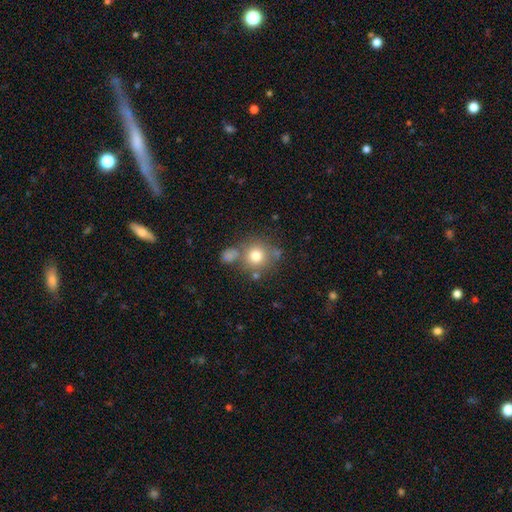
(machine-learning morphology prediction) The model was most divided on "merging": none: 65%, merger: 17%, minor disturbance: 12%, major disturbance: 5%. More confident: how rounded — round (90%); smooth or featured — smooth (76%).